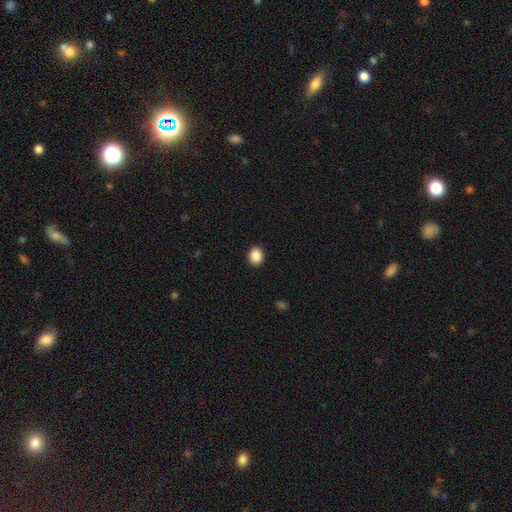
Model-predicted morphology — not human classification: smooth_or_featured: smooth (p=0.89) [alt: star or artifact p=0.09]
how_rounded: round (p=0.63) [alt: in between p=0.36]
merging: none (p=0.92) [alt: minor disturbance p=0.06]